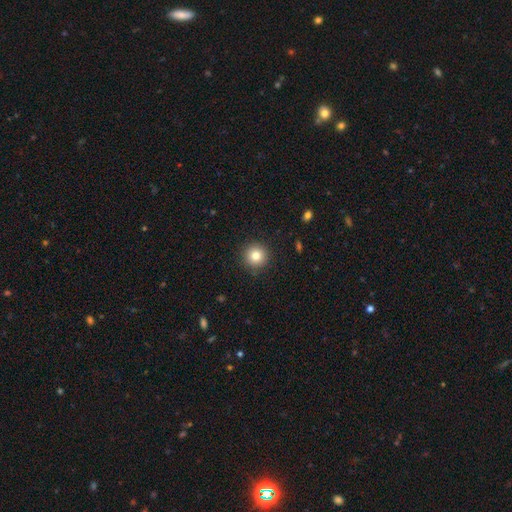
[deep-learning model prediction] This appears to be a smooth galaxy with no disk features (82%) that is round (95%). Merging: none (91%).